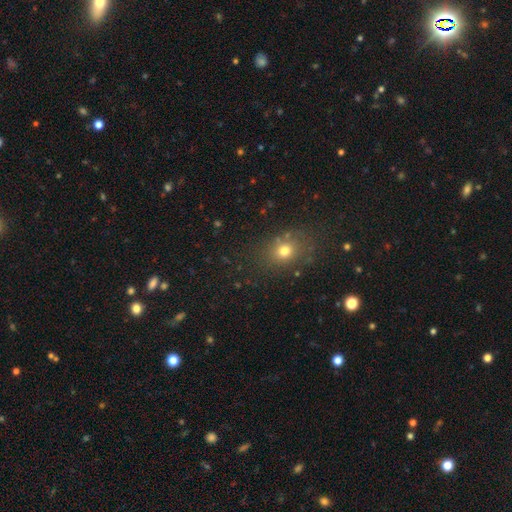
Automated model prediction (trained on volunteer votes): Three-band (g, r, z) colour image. It shows a smooth galaxy with no disk features (59%) that is round (56%). Merging: none (83%).